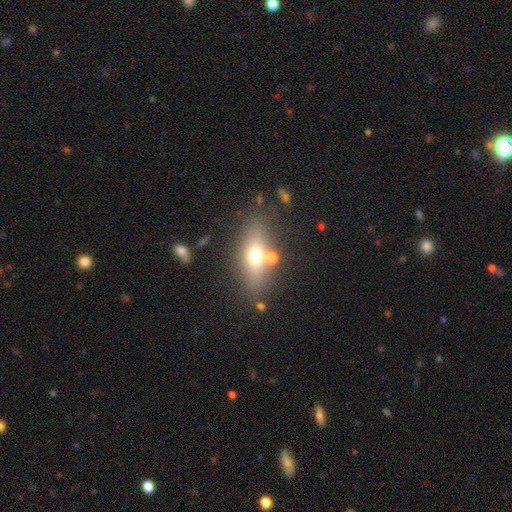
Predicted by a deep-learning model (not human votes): Smooth or featured? Predicted: smooth (p=0.59). How rounded? Predicted: in between (p=0.65). Merging? Predicted: none (p=0.69).